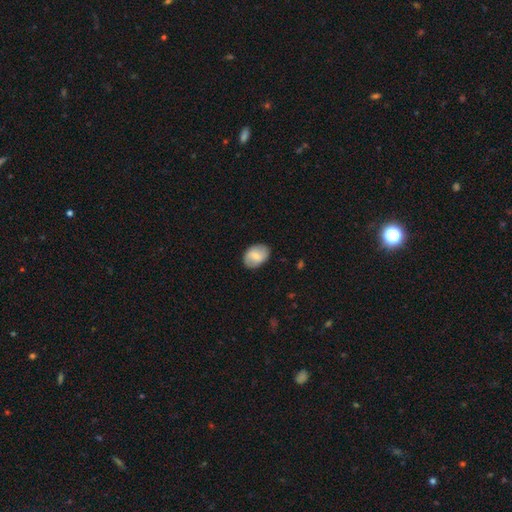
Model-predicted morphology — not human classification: This appears to be a smooth galaxy with no disk features (64%) that is in between round and cigar-shaped (77%). Merging: none (83%).